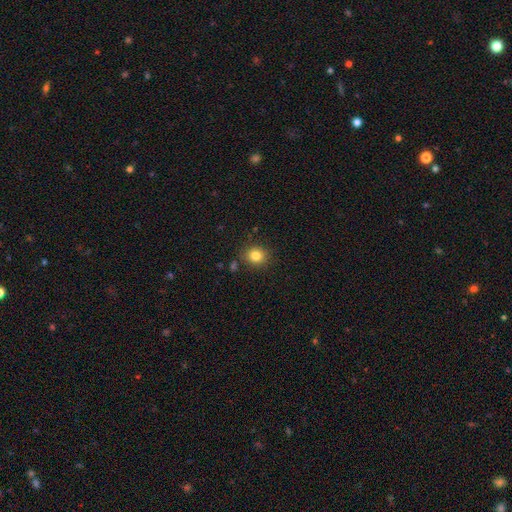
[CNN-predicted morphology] Q: Smooth or featured?
A: smooth (82%); runner-up: star or artifact (11%)
Q: How rounded?
A: round (78%); runner-up: in between (21%)
Q: Merging?
A: none (85%); runner-up: minor disturbance (9%)